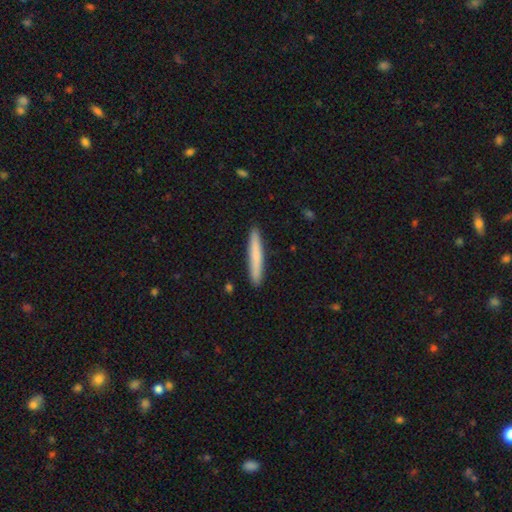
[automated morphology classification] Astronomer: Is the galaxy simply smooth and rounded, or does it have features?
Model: smooth — 75%.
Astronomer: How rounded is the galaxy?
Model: cigar-shaped — 96%.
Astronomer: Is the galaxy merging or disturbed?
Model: none — 91%.